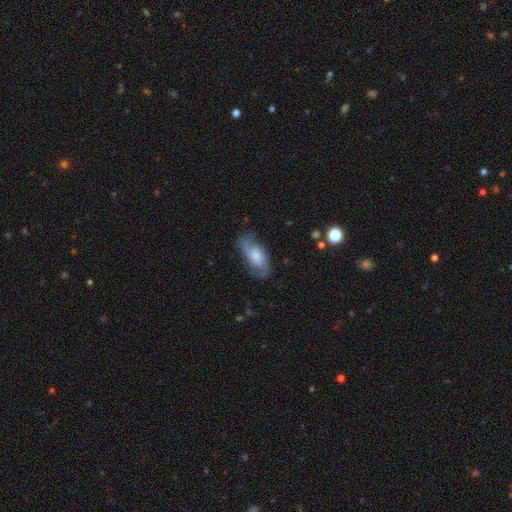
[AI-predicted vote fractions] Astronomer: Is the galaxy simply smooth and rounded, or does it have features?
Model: featured or disk — 60%.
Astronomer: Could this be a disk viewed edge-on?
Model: no — 92%.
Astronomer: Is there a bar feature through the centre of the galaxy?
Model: no — 59% (runner-up: weak, 34%).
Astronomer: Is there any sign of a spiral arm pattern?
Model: yes — 88%.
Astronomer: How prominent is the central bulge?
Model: moderate — 42% (runner-up: small, 27%).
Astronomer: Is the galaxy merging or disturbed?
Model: none — 67%.